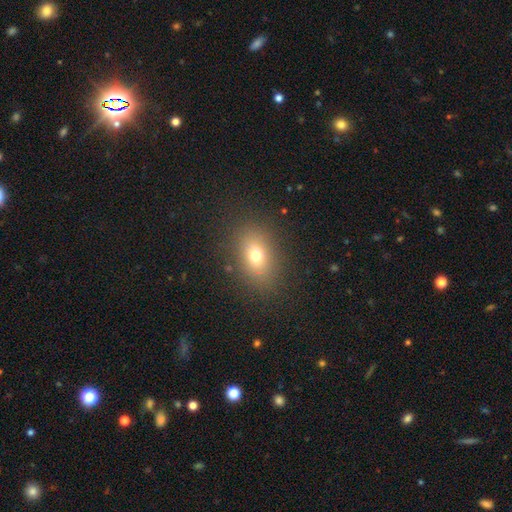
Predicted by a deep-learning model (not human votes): The model was most divided on "how rounded": in between: 72%, round: 26%, cigar-shaped: 2%. More confident: merging — none (84%); smooth or featured — smooth (71%).